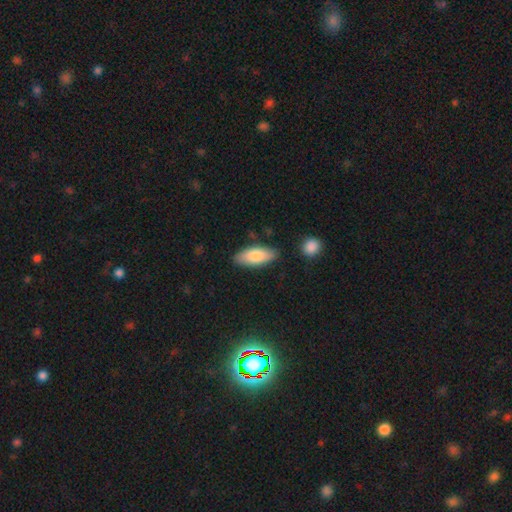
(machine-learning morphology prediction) smooth 80%, featured or disk 14%, star or artifact 6%. Down the decision tree: how rounded — in between (82%); merging — none (83%).